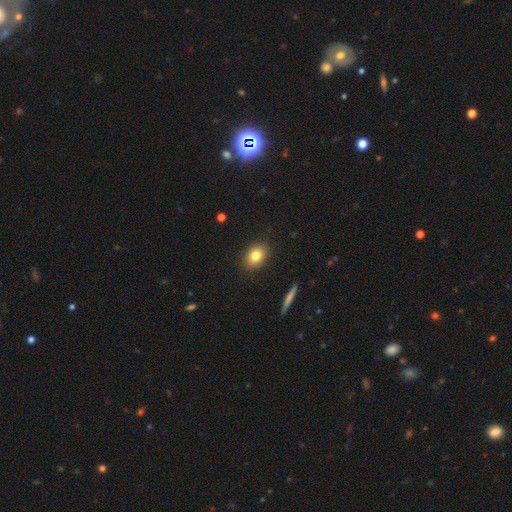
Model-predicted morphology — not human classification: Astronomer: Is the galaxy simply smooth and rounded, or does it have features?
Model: smooth — 80%.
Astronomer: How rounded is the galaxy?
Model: in between — 73%.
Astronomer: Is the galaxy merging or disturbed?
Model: none — 89%.